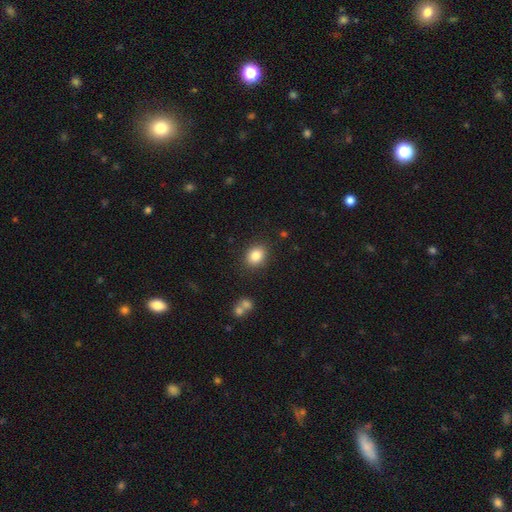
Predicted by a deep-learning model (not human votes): Morphology: type=smooth (84%); roundness=in between (51%); merging=none (85%).